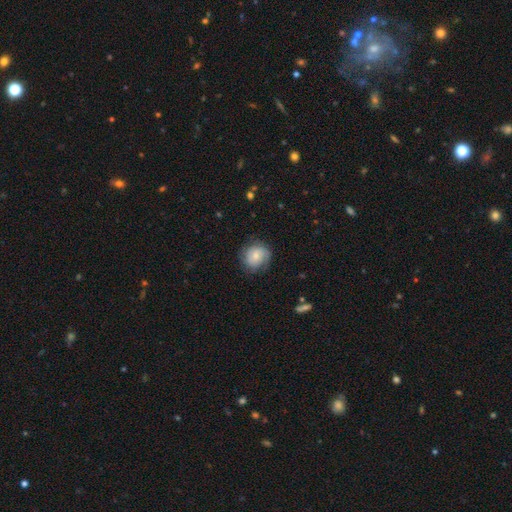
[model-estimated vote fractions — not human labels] A smooth galaxy with no disk features (56%) that is round (77%). Merging: none (71%).